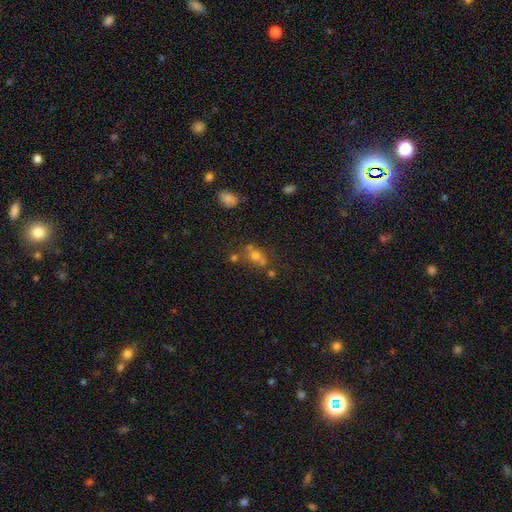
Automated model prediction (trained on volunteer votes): A smooth galaxy with no disk features (54%) that is round (74%). Merging: none (46%).